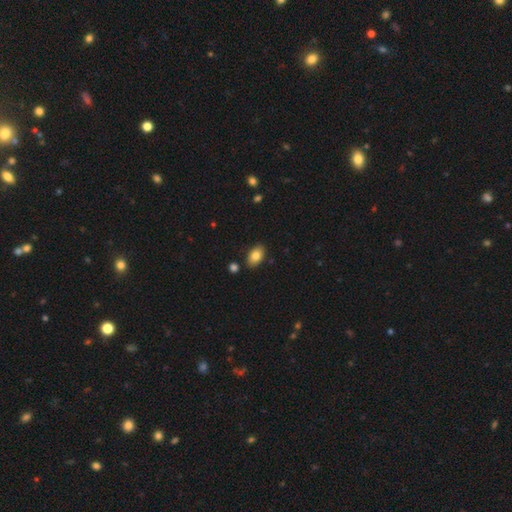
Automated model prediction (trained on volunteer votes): Overall: smooth (83%). How rounded: in between (91%). Merging: none (85%).